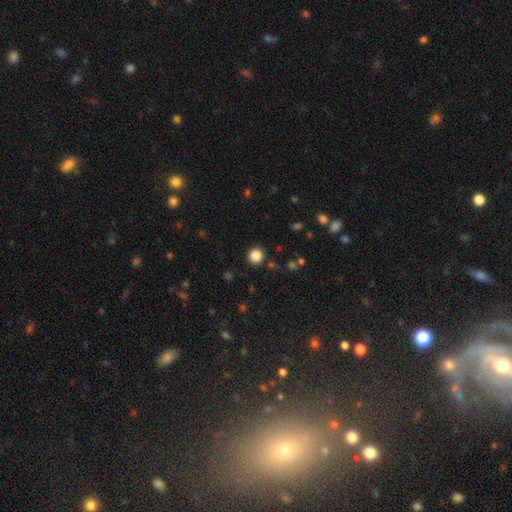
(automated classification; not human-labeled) Overall: smooth (85%). How rounded: round (94%). Merging: none (91%).